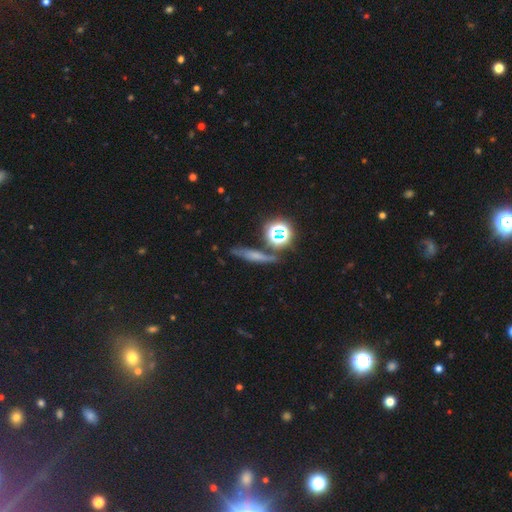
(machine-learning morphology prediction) This is possibly a smooth galaxy (47%). Merging: likely none (72%).